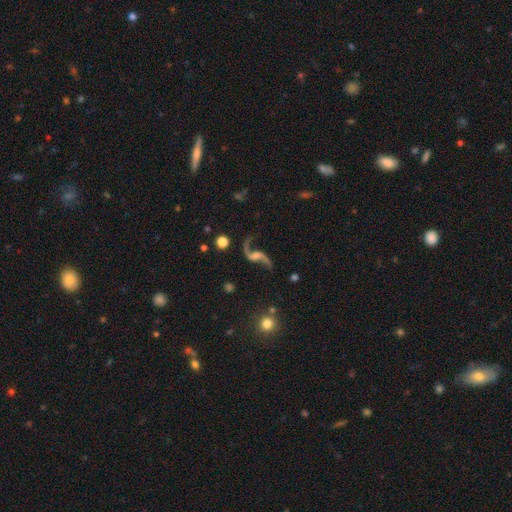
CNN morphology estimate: Overall: featured or disk (90%). Edge-on disk: no (96%). Bar: no (49%; weak 36%). Spiral arms: yes (97%). Spiral arm count: 2 (94%). Spiral winding: loose (93%). Bulge size: small (34%; none 30%). Merging: none (74%).